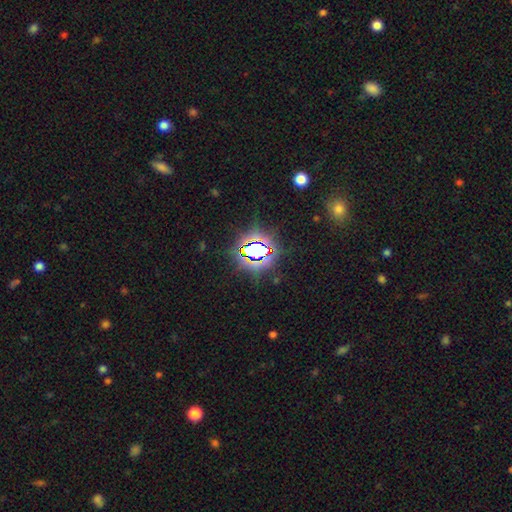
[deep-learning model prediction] A star or artifact, not a galaxy (82%).